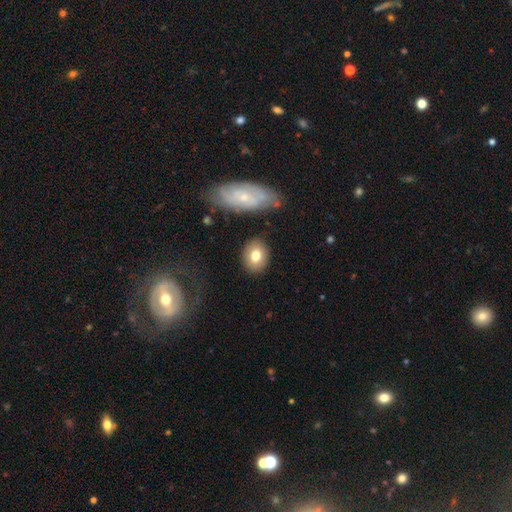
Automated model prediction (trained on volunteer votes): Smooth or featured? Predicted: smooth (p=0.76). How rounded? Predicted: round (p=0.51). Merging? Predicted: none (p=0.84).